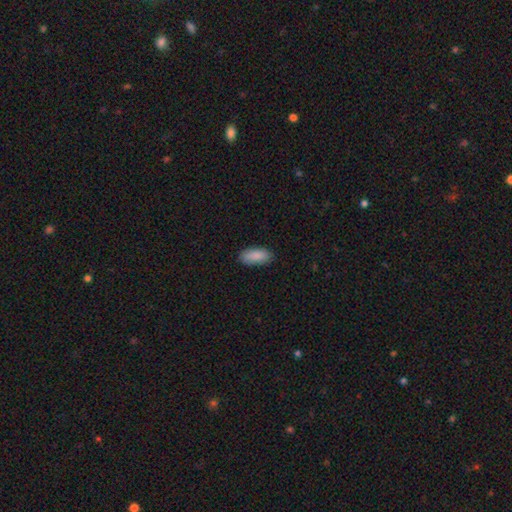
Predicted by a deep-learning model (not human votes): Overall: smooth (89%). How rounded: in between (86%). Merging: none (85%).